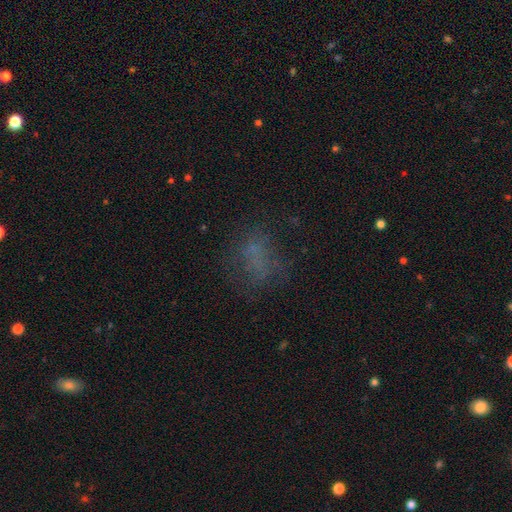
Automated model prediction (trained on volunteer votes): Overall: smooth (48%; star or artifact 33%). Merging: none (62%).